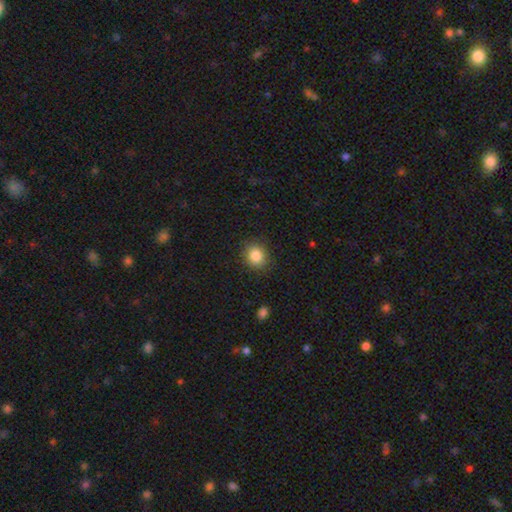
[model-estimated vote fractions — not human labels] This appears to be a smooth galaxy with no disk features (85%) that is round (75%). Merging: none (87%).